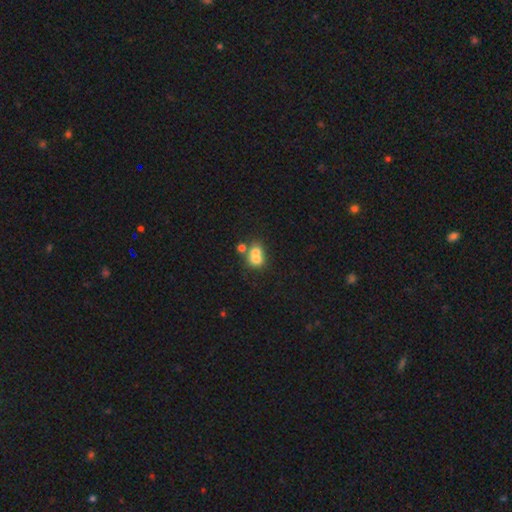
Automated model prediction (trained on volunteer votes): This is likely a smooth galaxy (66%). How rounded: likely round (70%). Merging: likely merger (64%).